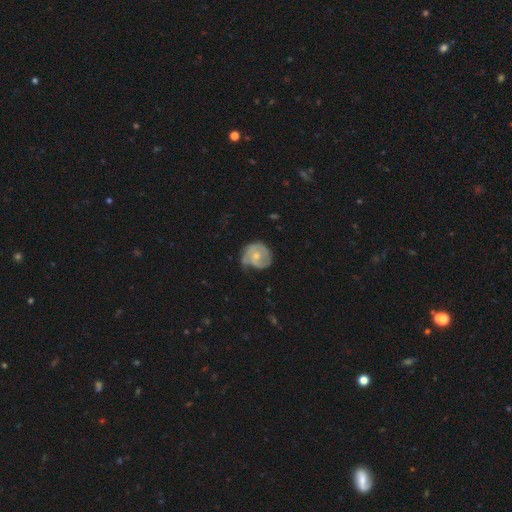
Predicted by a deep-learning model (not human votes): This is likely a featured or disk galaxy (68%). It is clearly not viewed edge-on (98%). Bar: likely no (74%). Spiral arm pattern: clearly yes (83%). Spiral arm count: marginally 2 (40%). Spiral winding: possibly tight (56%). Central bulge: possibly small (51%). Merging: possibly none (50%).